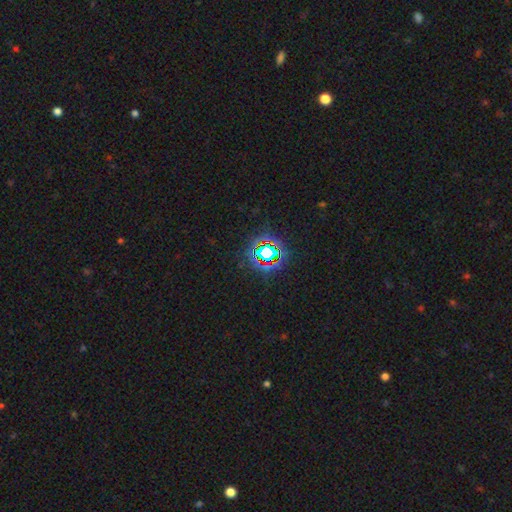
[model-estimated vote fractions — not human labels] Q: Smooth or featured?
A: star or artifact (79%); runner-up: smooth (13%)